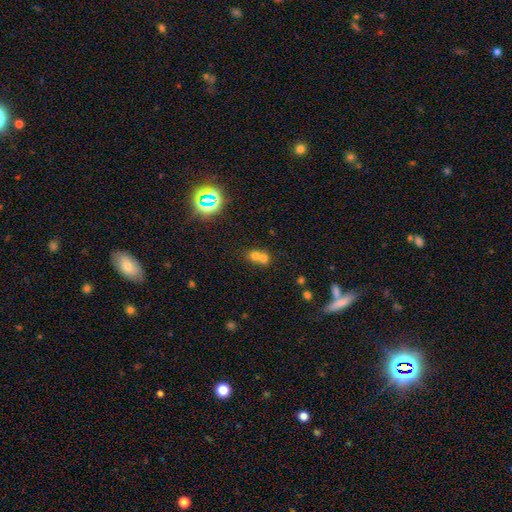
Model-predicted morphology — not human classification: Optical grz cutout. It shows a smooth galaxy with no disk features (65%) that is round (74%). Merging: merger (66%).